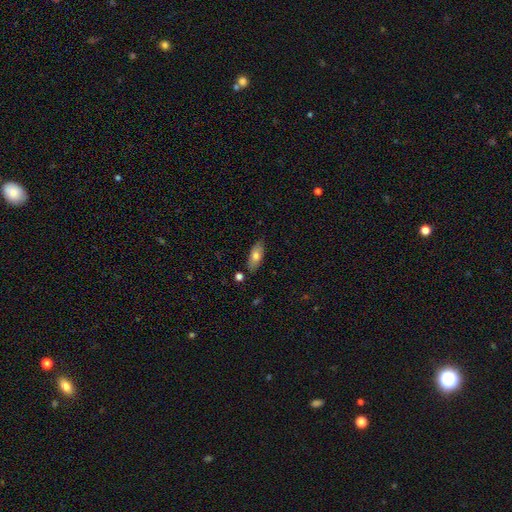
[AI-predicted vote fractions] Smooth or featured: smooth — 70% (featured or disk — 24%)
How rounded: in between — 81% (cigar-shaped — 16%)
Merging: none — 82% (minor disturbance — 13%)